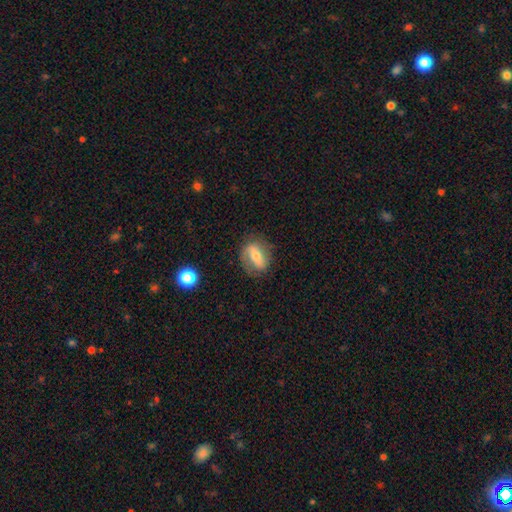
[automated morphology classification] A featured or disk galaxy (51%). Merging: none (73%).